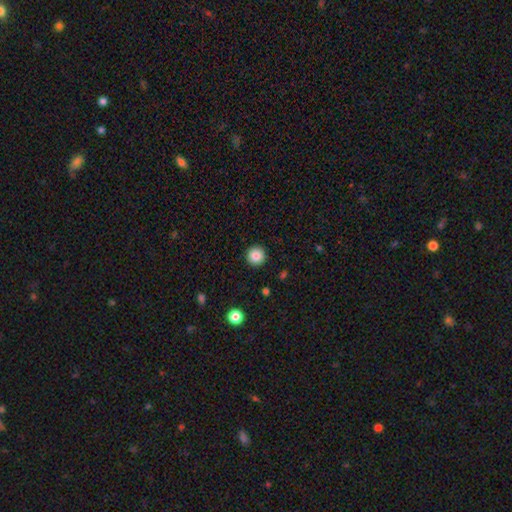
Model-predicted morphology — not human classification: smooth-or-featured: smooth: 86% | star or artifact: 10% | featured or disk: 4%
  how-rounded: round: 96% | in between: 3% | cigar-shaped: 1%
  merging: none: 93% | minor disturbance: 4% | major disturbance: 2% | merger: 1%